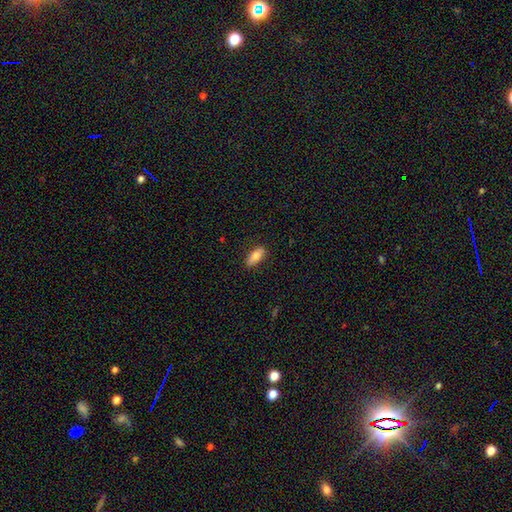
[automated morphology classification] Overall: smooth (76%). How rounded: in between (79%). Merging: none (84%).